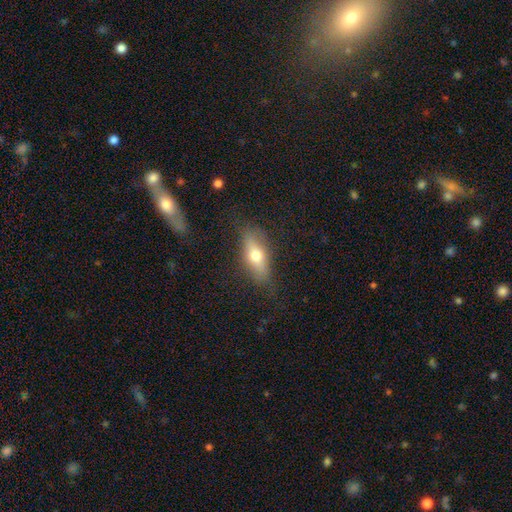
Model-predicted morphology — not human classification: Overall: smooth (54%; featured or disk 38%). How rounded: in between (60%; cigar-shaped 35%). Merging: none (80%).